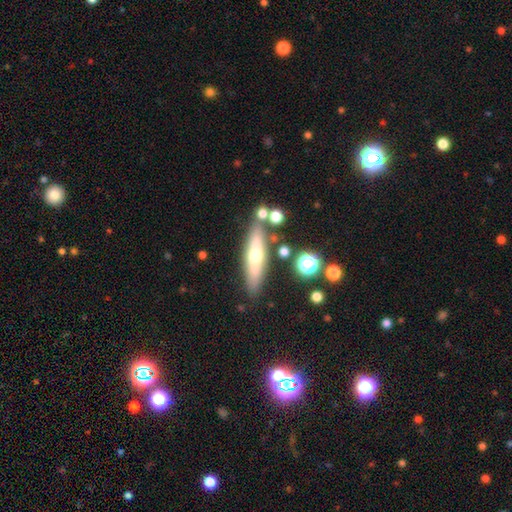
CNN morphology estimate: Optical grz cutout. It shows a featured or disk galaxy (47%). Merging: none (77%).